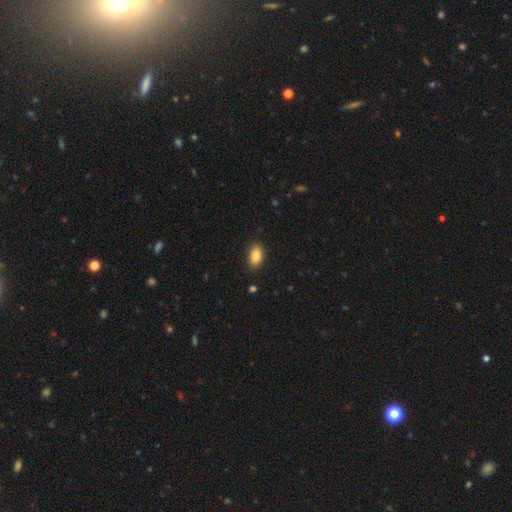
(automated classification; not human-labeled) This is clearly a smooth galaxy (86%). How rounded: clearly in between (92%). Merging: clearly none (88%).